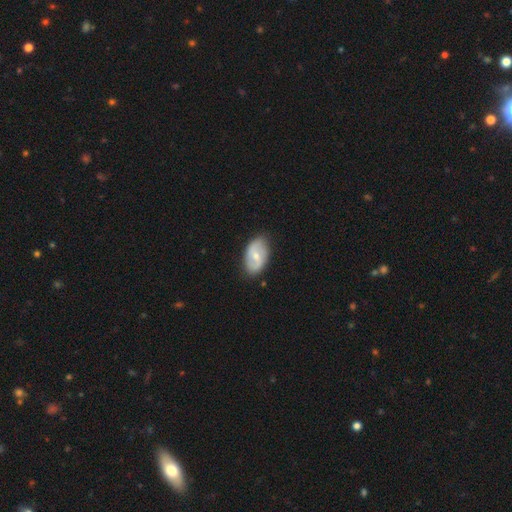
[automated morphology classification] Smooth or featured?
  - featured or disk: 56% *
  - smooth: 38%
  - star or artifact: 5%
Edge-on disk?
  - no: 95% *
  - yes: 5%
Bar?
  - weak: 51% *
  - no: 30%
  - strong: 20%
Spiral arms?
  - yes: 72% *
  - no: 28%
Bulge size?
  - small: 51% *
  - moderate: 45%
  - none: 2%
  - large: 1%
  - dominant: 1%
Merging?
  - none: 81% *
  - minor disturbance: 15%
  - major disturbance: 3%
  - merger: 1%